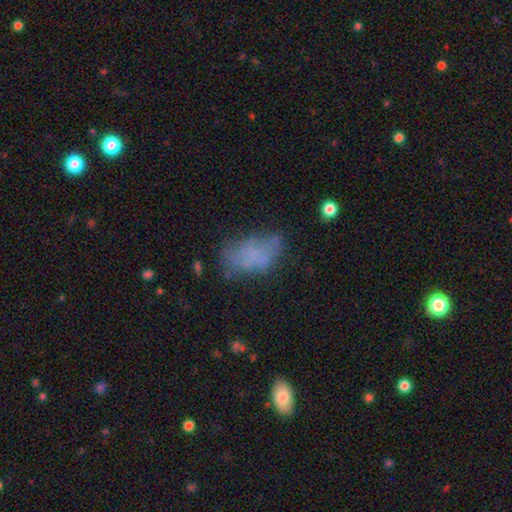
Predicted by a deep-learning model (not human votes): Smooth or featured?
  - smooth: 53% *
  - featured or disk: 32%
  - star or artifact: 14%
How rounded?
  - in between: 89% *
  - round: 7%
  - cigar-shaped: 4%
Merging?
  - none: 43% *
  - minor disturbance: 28%
  - major disturbance: 23%
  - merger: 6%